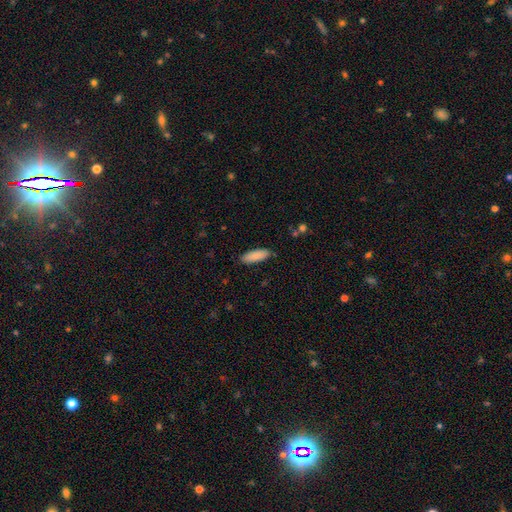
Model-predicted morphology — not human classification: Overall: smooth (89%). How rounded: in between (62%; cigar-shaped 36%). Merging: none (87%).